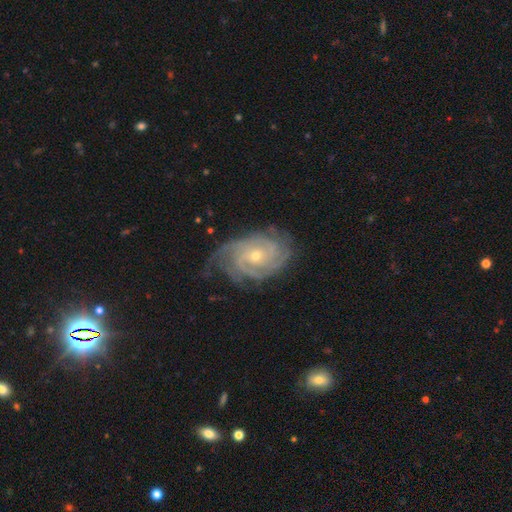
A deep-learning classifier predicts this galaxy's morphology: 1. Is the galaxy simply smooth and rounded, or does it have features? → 90% featured or disk, 5% star or artifact, 5% smooth.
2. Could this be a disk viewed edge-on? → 97% no, 3% yes.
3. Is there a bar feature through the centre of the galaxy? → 67% no, 26% weak, 7% strong.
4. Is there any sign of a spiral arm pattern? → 98% yes, 2% no.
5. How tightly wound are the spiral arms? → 73% tight, 23% medium, 4% loose.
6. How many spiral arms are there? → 26% 3, 22% can't tell, 22% 4, 17% 2, 7% more than 4, 6% 1.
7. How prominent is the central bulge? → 63% small, 35% moderate, 1% large, 1% none, 1% dominant.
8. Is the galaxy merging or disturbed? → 69% none, 21% minor disturbance, 8% major disturbance, 1% merger.